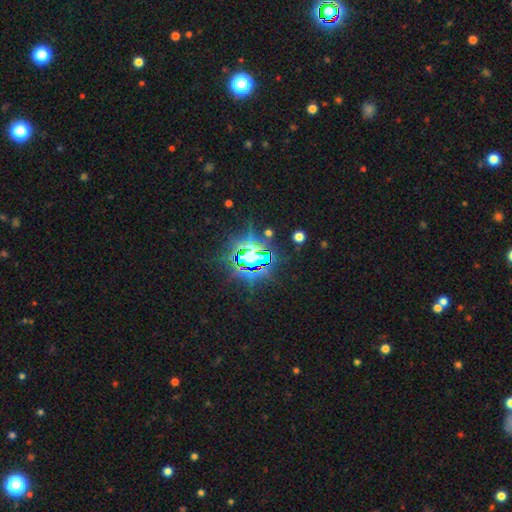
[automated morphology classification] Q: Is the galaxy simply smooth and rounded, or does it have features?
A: star or artifact — 76%.